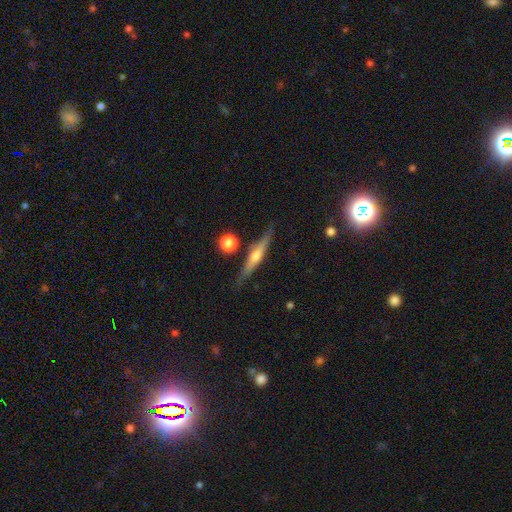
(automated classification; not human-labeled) smooth-or-featured: featured or disk: 68% | smooth: 26% | star or artifact: 7%
  disk-edge-on: yes: 97% | no: 3%
    edge-on-bulge: rounded: 87% | none: 8% | boxy: 5%
  merging: none: 83% | minor disturbance: 10% | merger: 4% | major disturbance: 2%